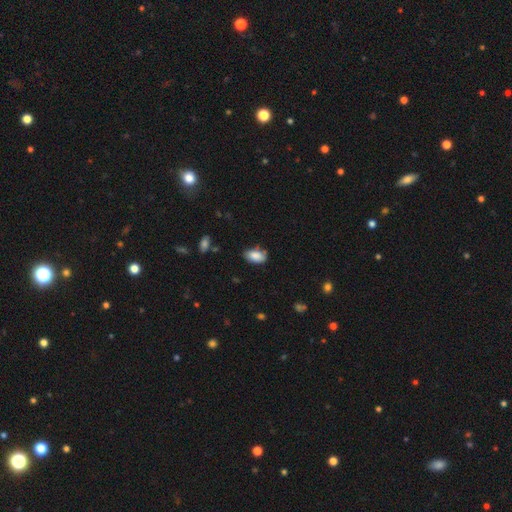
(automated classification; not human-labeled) This is clearly a smooth galaxy (86%). How rounded: clearly in between (93%). Merging: likely none (68%).